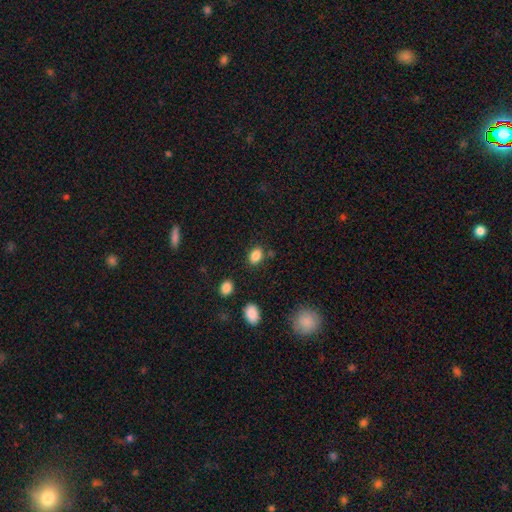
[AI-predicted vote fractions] Overall: smooth (86%). How rounded: in between (73%). Merging: none (79%).